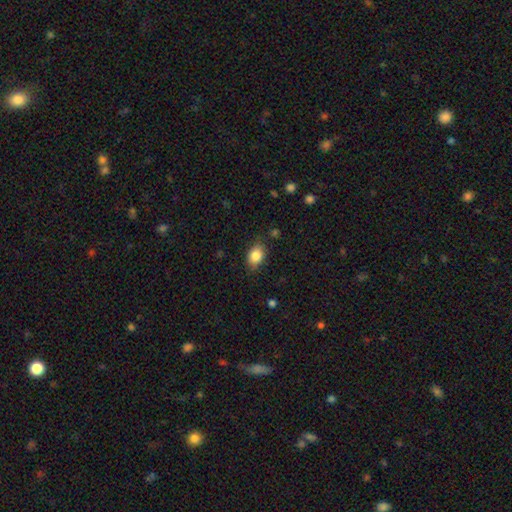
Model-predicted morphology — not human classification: Smooth or featured: smooth — 85% (star or artifact — 8%)
How rounded: in between — 76% (round — 22%)
Merging: none — 80% (minor disturbance — 16%)